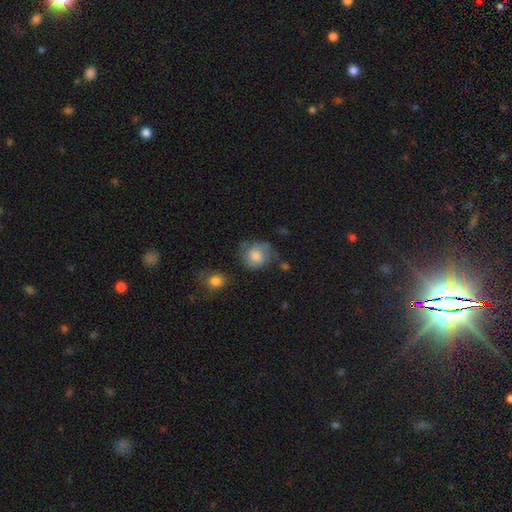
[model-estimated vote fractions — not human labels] Smooth or featured?
  - smooth: 69% *
  - featured or disk: 23%
  - star or artifact: 8%
How rounded?
  - round: 79% *
  - in between: 20%
  - cigar-shaped: 1%
Merging?
  - none: 51% *
  - minor disturbance: 28%
  - major disturbance: 15%
  - merger: 5%